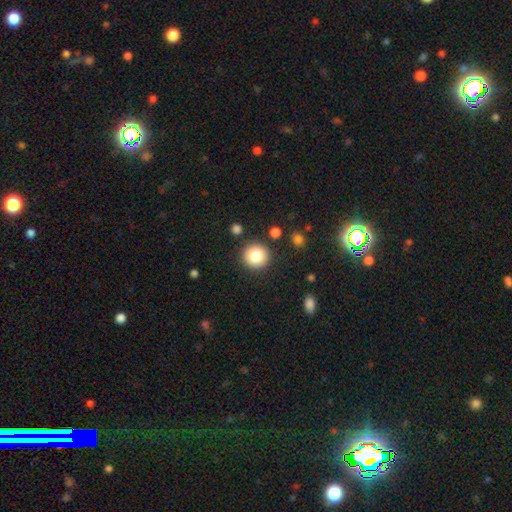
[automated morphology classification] This appears to be a smooth galaxy with no disk features (84%) that is round (93%). Merging: none (88%).